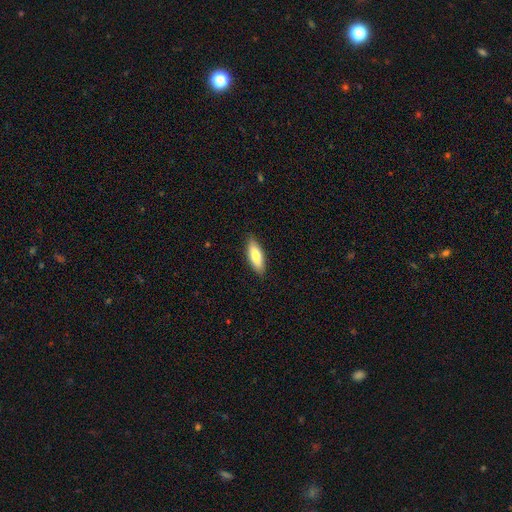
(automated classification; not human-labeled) A smooth galaxy with no disk features (79%) that is in between round and cigar-shaped (67%).

Vote fractions:
- Smooth or featured? smooth: 79% / featured or disk: 15% / star or artifact: 6%
- How rounded? in between: 67% / cigar-shaped: 32% / round: 2%
- Merging? none: 86% / minor disturbance: 11% / major disturbance: 2% / merger: 1%